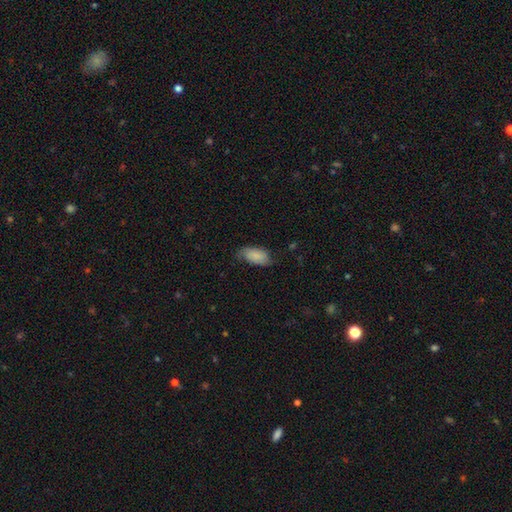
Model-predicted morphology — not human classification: Smooth or featured?
  - smooth: 77% *
  - featured or disk: 16%
  - star or artifact: 7%
How rounded?
  - in between: 94% *
  - cigar-shaped: 4%
  - round: 3%
Merging?
  - none: 59% *
  - minor disturbance: 30%
  - major disturbance: 9%
  - merger: 1%